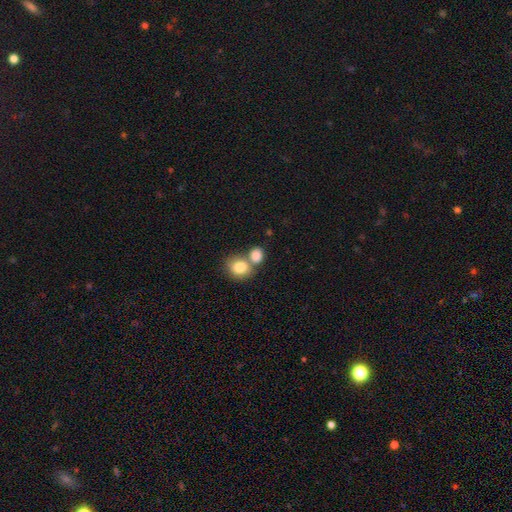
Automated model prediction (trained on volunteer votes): smooth_or_featured: smooth (p=0.83) [alt: star or artifact p=0.09]
how_rounded: round (p=0.61) [alt: in between p=0.37]
merging: merger (p=0.47) [alt: none p=0.41]